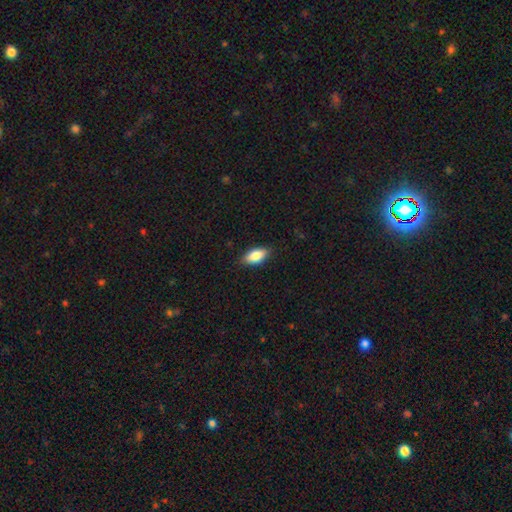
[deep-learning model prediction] smooth 82%, featured or disk 11%, star or artifact 7%. Down the decision tree: how rounded — in between (88%); merging — none (85%).